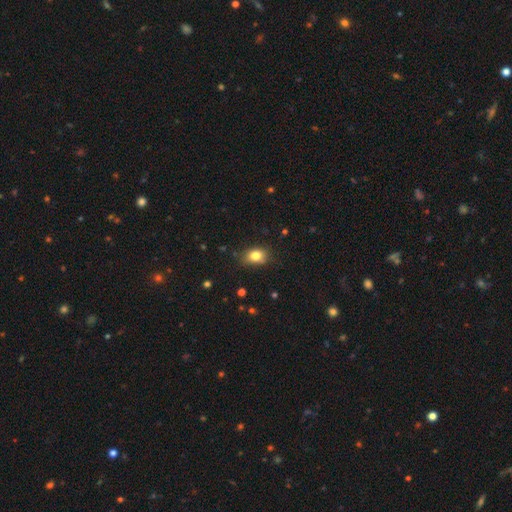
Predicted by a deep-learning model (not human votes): Smooth or featured? Predicted: smooth (p=0.82). How rounded? Predicted: in between (p=0.69). Merging? Predicted: none (p=0.76).